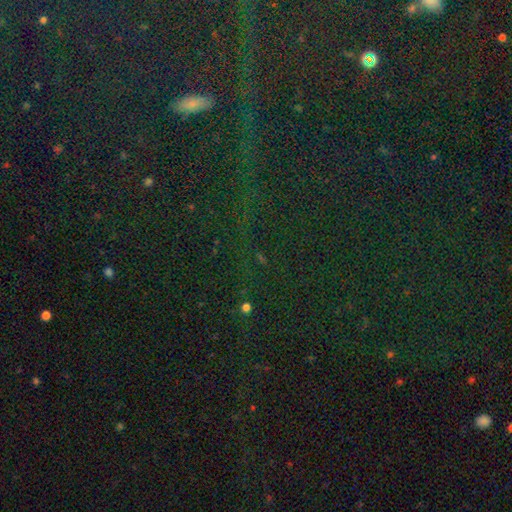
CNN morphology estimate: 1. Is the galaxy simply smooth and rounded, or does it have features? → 82% star or artifact, 11% smooth, 7% featured or disk.